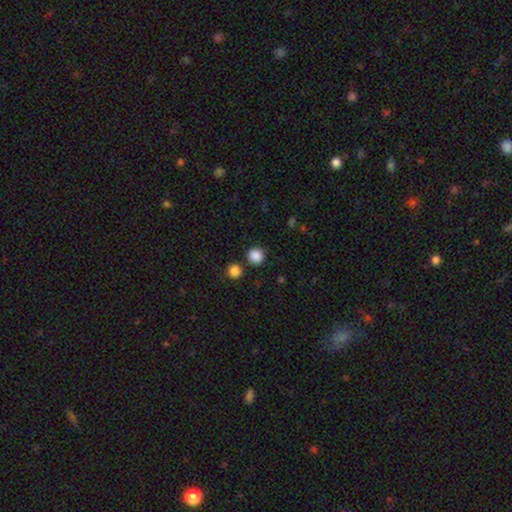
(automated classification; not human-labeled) Smooth or featured? Predicted: smooth (p=0.87). How rounded? Predicted: round (p=0.94). Merging? Predicted: none (p=0.85).